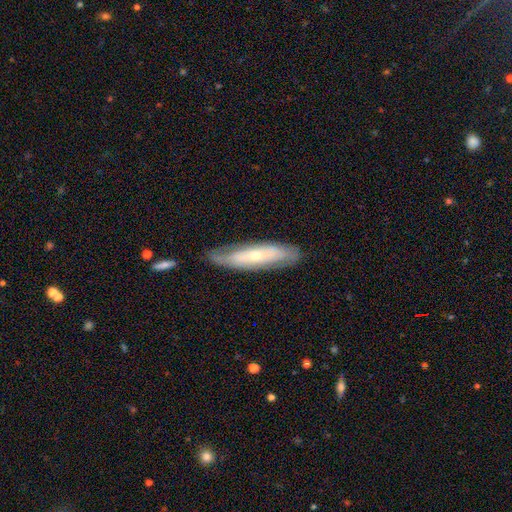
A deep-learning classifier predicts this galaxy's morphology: Smooth or featured?
  - featured or disk: 57% *
  - smooth: 36%
  - star or artifact: 6%
Edge-on disk?
  - no: 60% *
  - yes: 40%
Merging?
  - none: 74% *
  - minor disturbance: 18%
  - major disturbance: 5%
  - merger: 2%